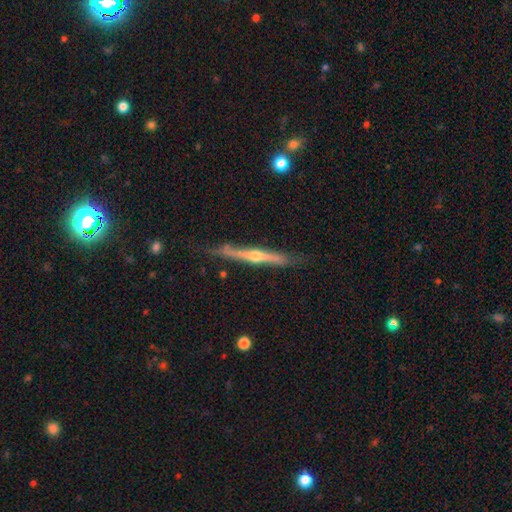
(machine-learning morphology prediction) A featured or disk galaxy (77%) viewed edge-on (97%) with a rounded central bulge (87%). Merging: none (76%).